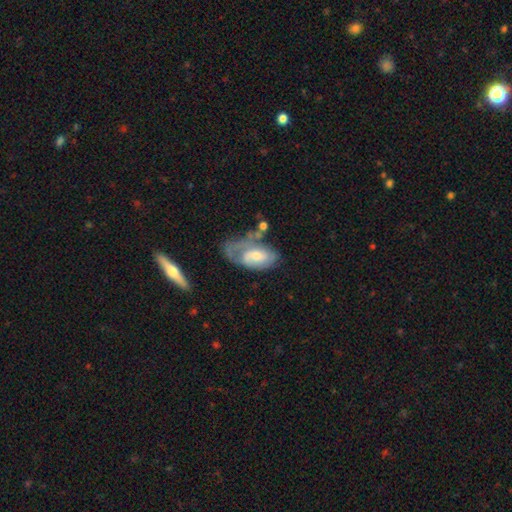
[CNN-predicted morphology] This is possibly a featured or disk galaxy (59%). It is clearly not viewed edge-on (91%). Bar: likely no (65%). Spiral arm pattern: likely yes (69%). Central bulge: possibly moderate (48%). Merging: marginally major disturbance (34%).